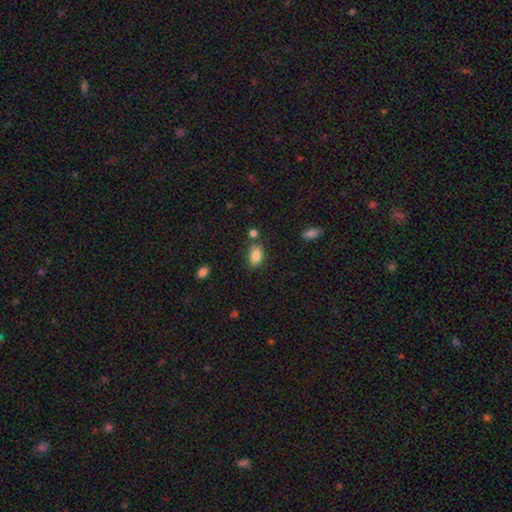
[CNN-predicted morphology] Smooth or featured: smooth — 84% (star or artifact — 9%)
How rounded: in between — 87% (round — 11%)
Merging: none — 66% (minor disturbance — 18%)